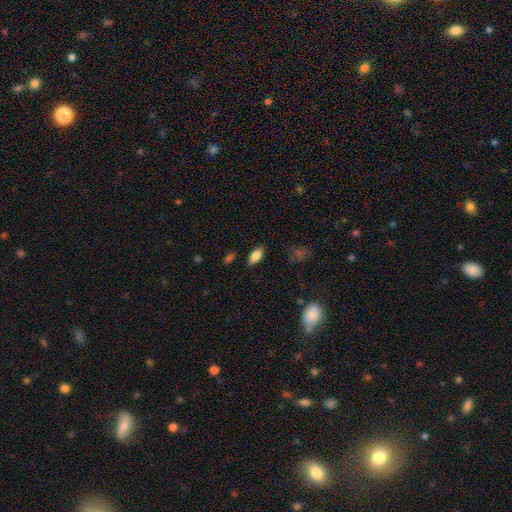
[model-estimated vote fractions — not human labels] Smooth or featured? Predicted: smooth (p=0.79). How rounded? Predicted: in between (p=0.82). Merging? Predicted: none (p=0.86).